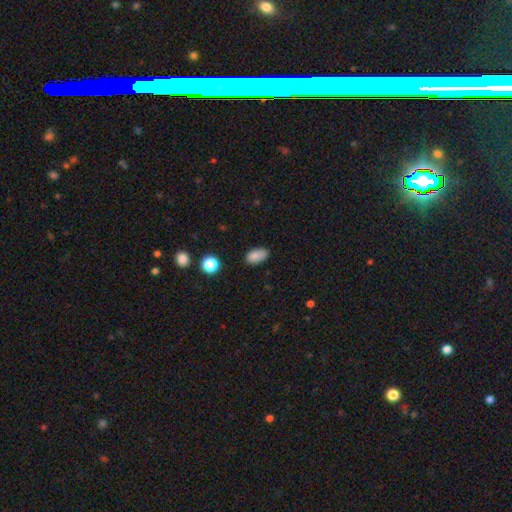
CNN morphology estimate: Smooth or featured? Predicted: smooth (p=0.84). How rounded? Predicted: in between (p=0.91). Merging? Predicted: none (p=0.80).